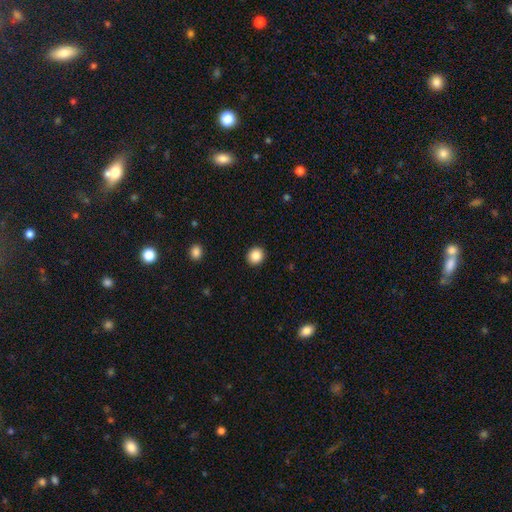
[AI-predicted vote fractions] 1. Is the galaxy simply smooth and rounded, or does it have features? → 86% smooth, 9% star or artifact, 5% featured or disk.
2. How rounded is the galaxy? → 81% round, 18% in between, 1% cigar-shaped.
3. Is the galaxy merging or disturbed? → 92% none, 5% minor disturbance, 2% major disturbance, 1% merger.